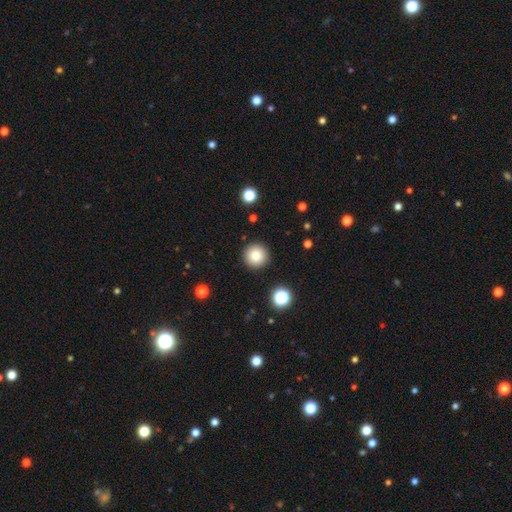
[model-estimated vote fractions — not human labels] Morphology: type=smooth (84%); roundness=round (96%); merging=none (91%).